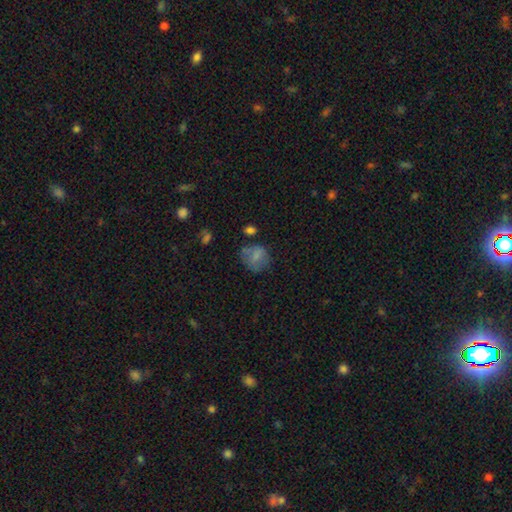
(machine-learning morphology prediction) smooth-or-featured: smooth: 73% | featured or disk: 16% | star or artifact: 11%
  how-rounded: round: 69% | in between: 30% | cigar-shaped: 1%
  merging: none: 54% | minor disturbance: 26% | major disturbance: 14% | merger: 6%